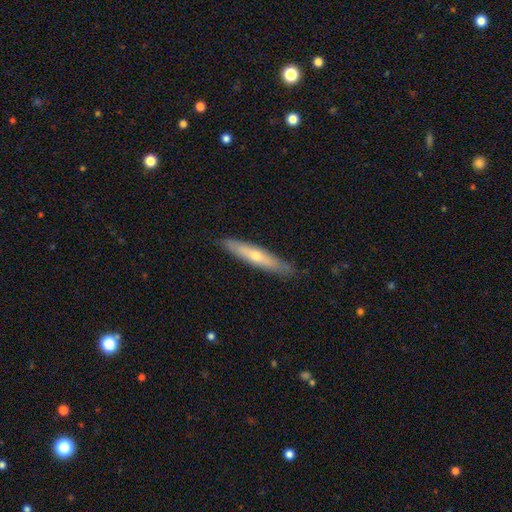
Q: Smooth or featured?
A: smooth (55%); runner-up: featured or disk (42%)
Q: How rounded?
A: cigar-shaped (86%); runner-up: in between (14%)
Q: Merging?
A: none (73%); runner-up: minor disturbance (24%)